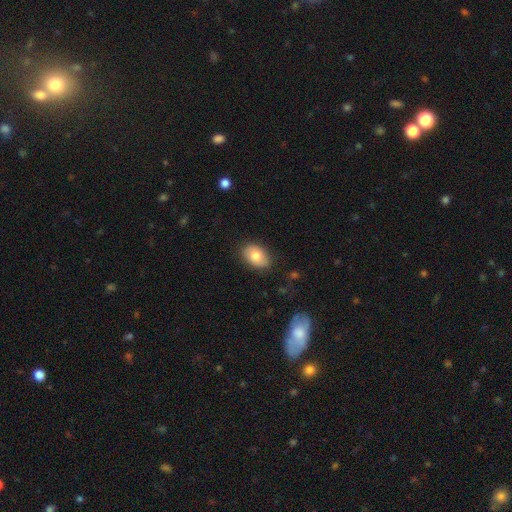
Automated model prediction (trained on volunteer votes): Smooth or featured?
  - smooth: 78% *
  - featured or disk: 15%
  - star or artifact: 7%
How rounded?
  - in between: 84% *
  - round: 15%
  - cigar-shaped: 1%
Merging?
  - none: 85% *
  - minor disturbance: 12%
  - major disturbance: 2%
  - merger: 1%